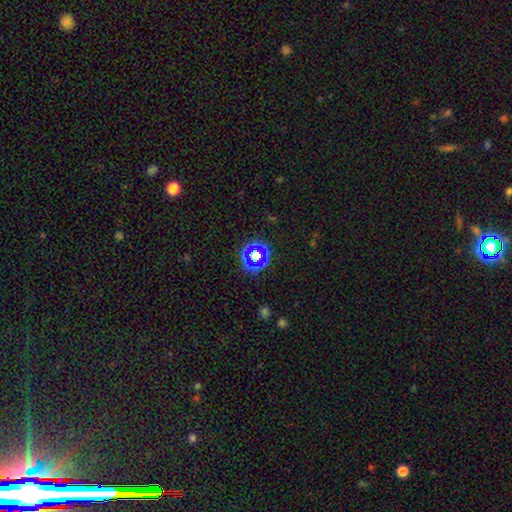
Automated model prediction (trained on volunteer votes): A star or artifact, not a galaxy (55%).